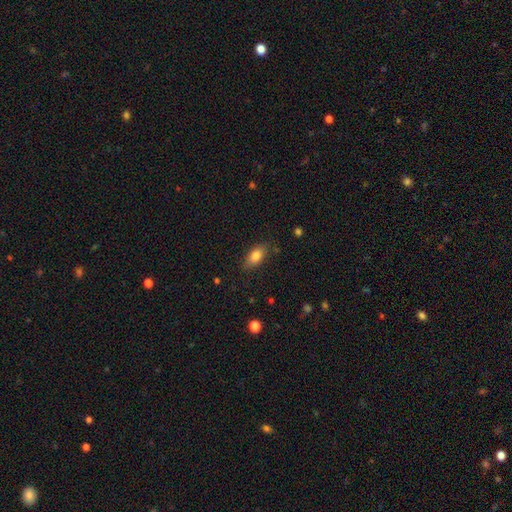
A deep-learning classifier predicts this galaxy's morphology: smooth_or_featured: smooth (p=0.81) [alt: featured or disk p=0.12]
how_rounded: in between (p=0.86) [alt: cigar-shaped p=0.09]
merging: none (p=0.82) [alt: minor disturbance p=0.14]